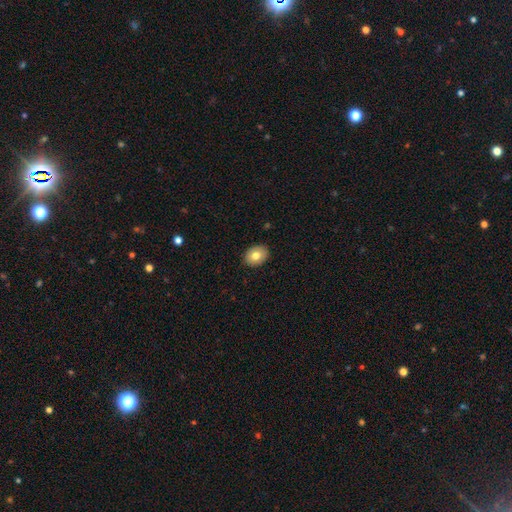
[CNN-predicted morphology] smooth-or-featured: smooth: 78% | featured or disk: 14% | star or artifact: 8%
  how-rounded: in between: 62% | round: 38% | cigar-shaped: 1%
  merging: none: 90% | minor disturbance: 7% | major disturbance: 2% | merger: 1%